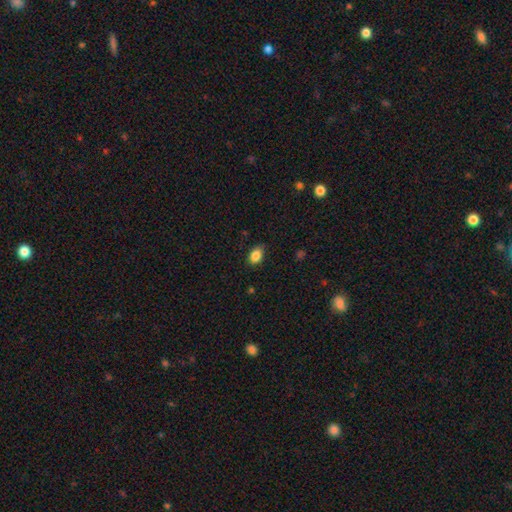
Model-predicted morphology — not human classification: Q: Smooth or featured?
A: smooth (87%); runner-up: star or artifact (9%)
Q: How rounded?
A: in between (81%); runner-up: round (18%)
Q: Merging?
A: none (82%); runner-up: minor disturbance (15%)